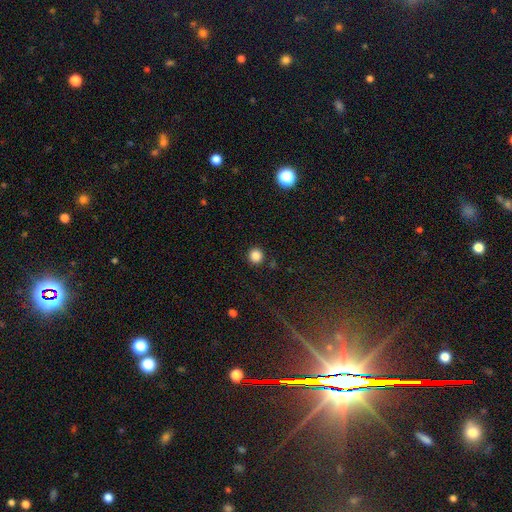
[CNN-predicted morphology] type=smooth (85%); roundness=round (95%); merging=none (91%).